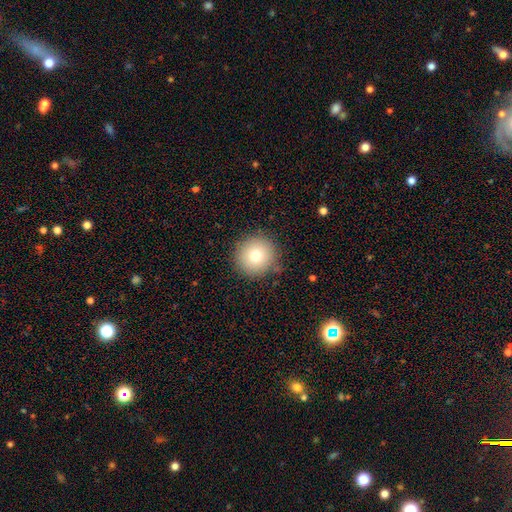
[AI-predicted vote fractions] Morphology: type=smooth (76%); roundness=round (95%); merging=none (86%).